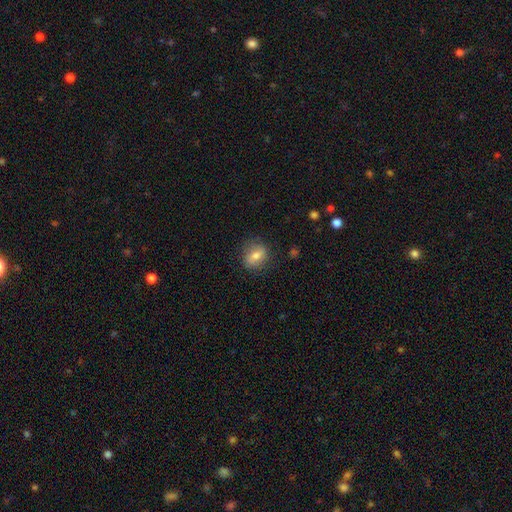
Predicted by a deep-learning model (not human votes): smooth 68%, featured or disk 23%, star or artifact 9%. Down the decision tree: how rounded — round (55%); merging — none (79%).